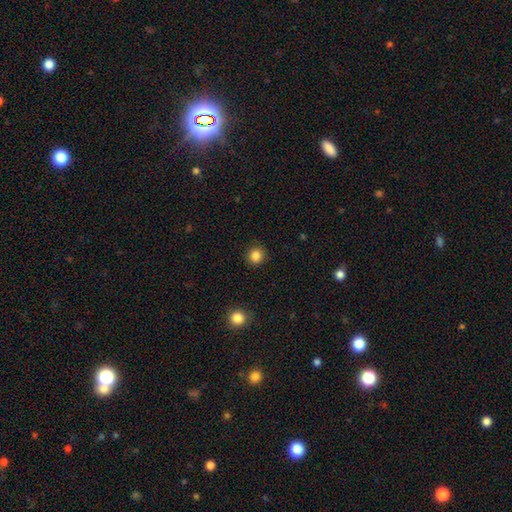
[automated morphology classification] smooth 85%, star or artifact 11%, featured or disk 4%. Down the decision tree: how rounded — round (92%); merging — none (92%).